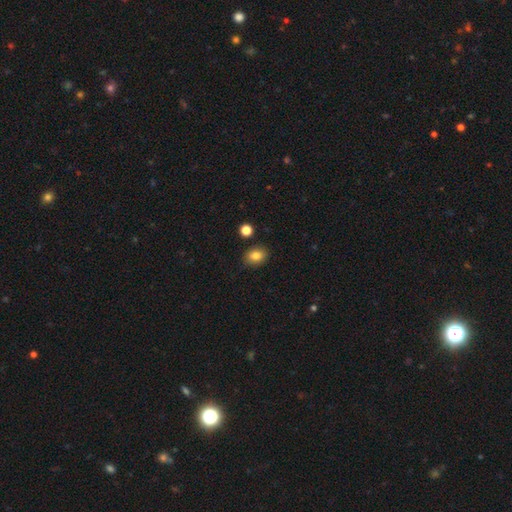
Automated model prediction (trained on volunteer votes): The model was most divided on "how rounded": in between: 57%, round: 42%, cigar-shaped: 1%. More confident: merging — none (85%); smooth or featured — smooth (83%).